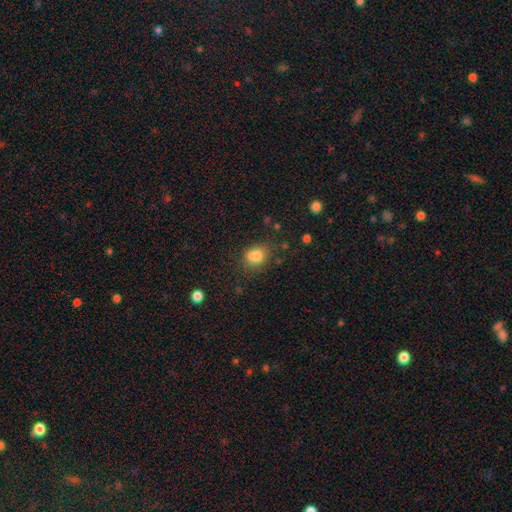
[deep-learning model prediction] Q: Smooth or featured?
A: smooth (78%); runner-up: star or artifact (11%)
Q: How rounded?
A: round (51%); runner-up: in between (48%)
Q: Merging?
A: none (53%); runner-up: merger (21%)